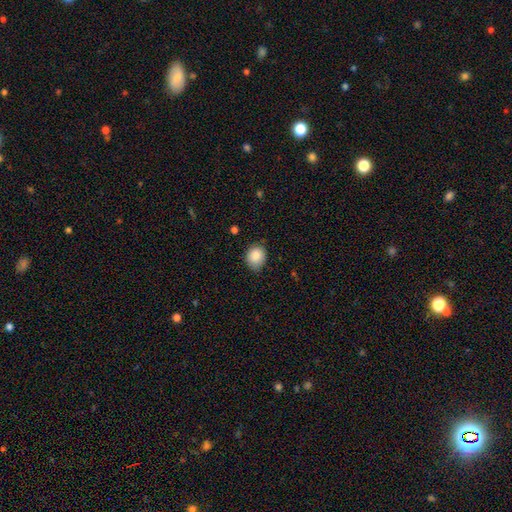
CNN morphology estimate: Smooth or featured: smooth — 86% (star or artifact — 8%)
How rounded: round — 53% (in between — 46%)
Merging: none — 68% (minor disturbance — 27%)